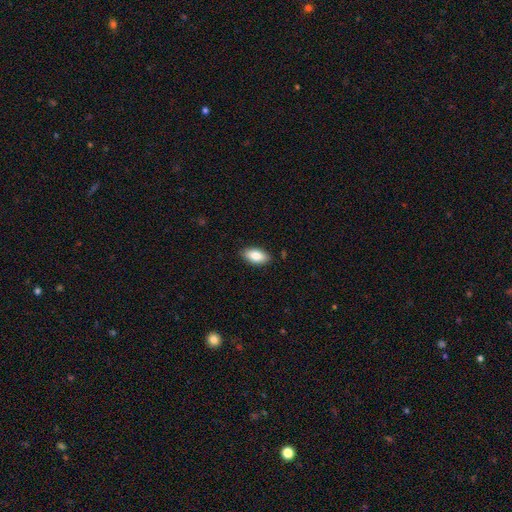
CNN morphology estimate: type=smooth (83%); roundness=in between (92%); merging=none (87%).